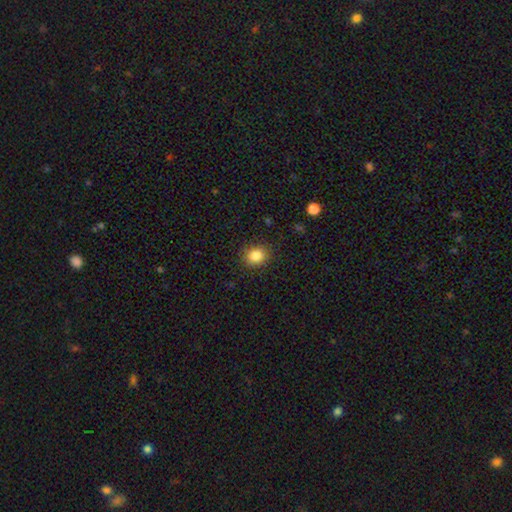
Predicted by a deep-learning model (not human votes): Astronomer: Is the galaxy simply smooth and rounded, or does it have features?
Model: smooth — 85%.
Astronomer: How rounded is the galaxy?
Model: round — 65%.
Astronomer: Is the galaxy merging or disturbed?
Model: none — 87%.